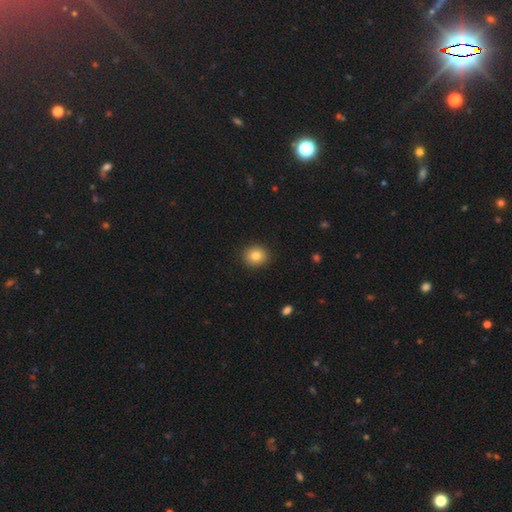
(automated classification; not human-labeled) smooth-or-featured: smooth: 83% | star or artifact: 10% | featured or disk: 7%
  how-rounded: round: 81% | in between: 18% | cigar-shaped: 1%
  merging: none: 91% | minor disturbance: 6% | major disturbance: 2% | merger: 1%